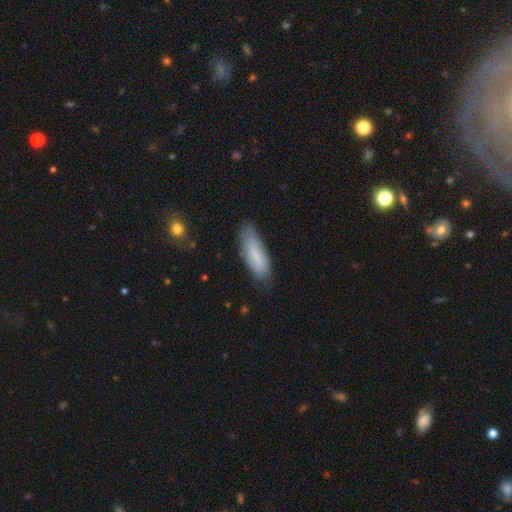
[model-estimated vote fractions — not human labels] Morphology: type=smooth (75%); roundness=in between (63%); merging=none (69%).